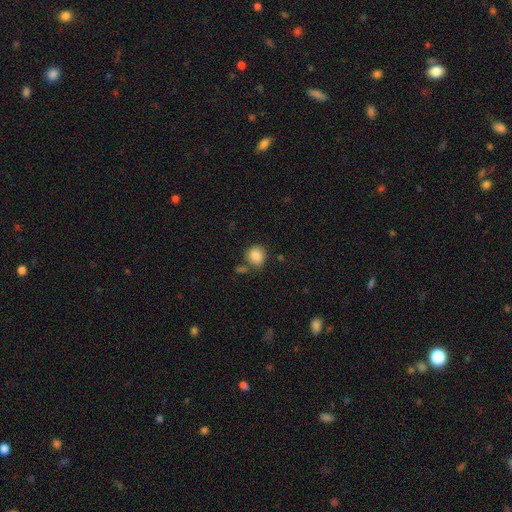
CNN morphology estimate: A smooth galaxy with no disk features (87%) that is round (71%).

Vote fractions:
- Smooth or featured? smooth: 87% / star or artifact: 9% / featured or disk: 4%
- How rounded? round: 71% / in between: 28% / cigar-shaped: 1%
- Merging? none: 64% / minor disturbance: 17% / merger: 13% / major disturbance: 6%